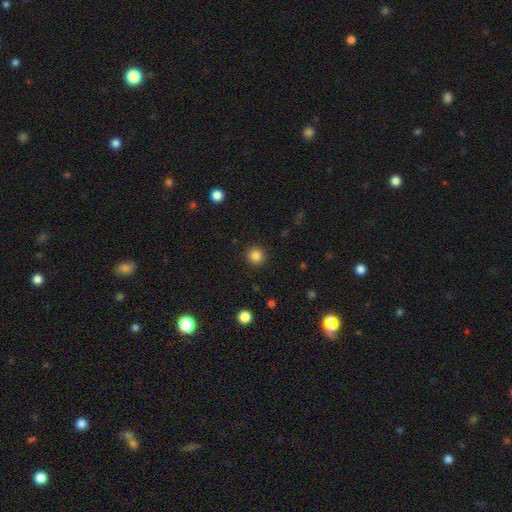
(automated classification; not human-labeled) Overall: smooth (85%). How rounded: round (95%). Merging: none (91%).